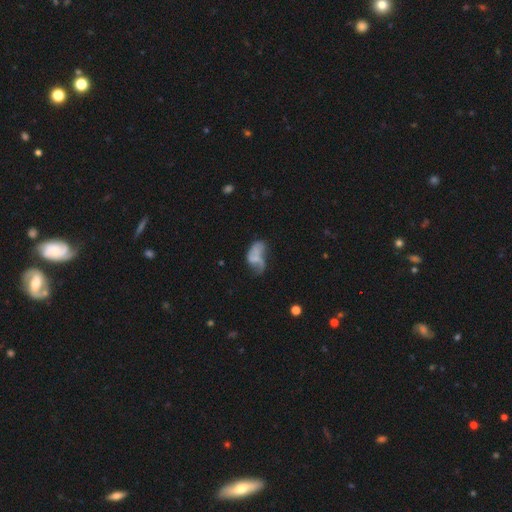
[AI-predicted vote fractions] Morphology: type=featured or disk (49%); merging=major disturbance (37%).